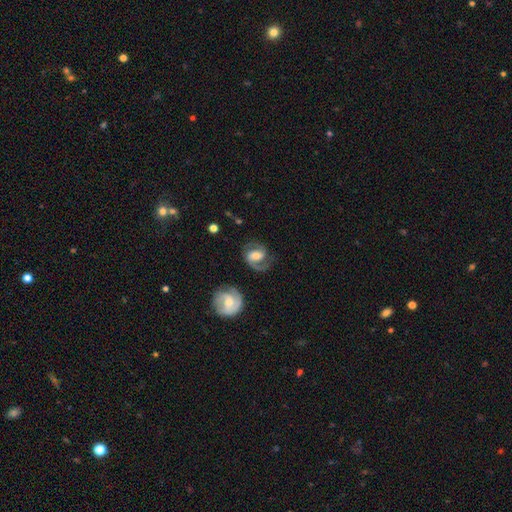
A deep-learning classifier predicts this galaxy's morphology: This appears to be a featured or disk galaxy (83%) with a weak bar (45%), 2 (87%) medium (55%) spiral arms (96%) and a moderate central bulge (59%). Merging: none (71%).